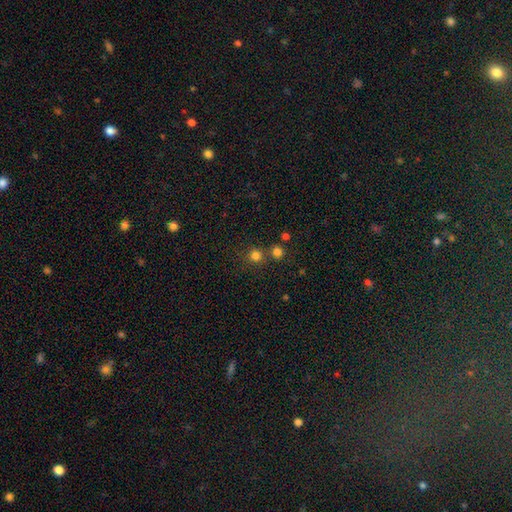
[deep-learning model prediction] Morphology: type=smooth (78%); roundness=round (92%); merging=none (71%).